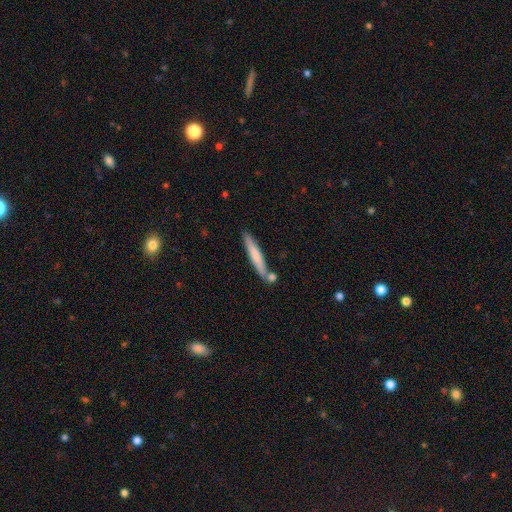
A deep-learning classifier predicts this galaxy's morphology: smooth 64%, featured or disk 30%, star or artifact 5%. Down the decision tree: how rounded — cigar-shaped (94%); merging — none (75%).